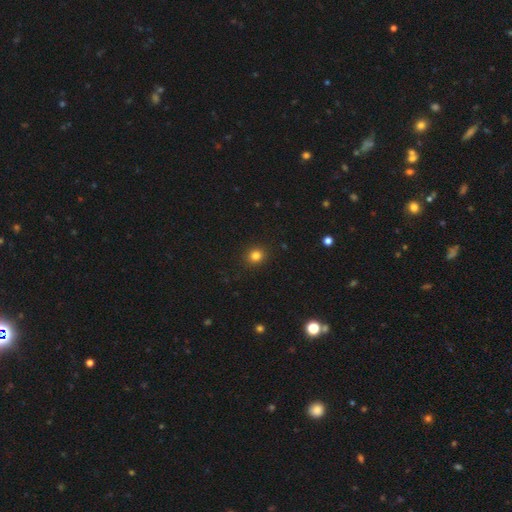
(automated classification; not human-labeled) Smooth or featured: smooth — 83% (star or artifact — 12%)
How rounded: round — 85% (in between — 14%)
Merging: none — 91% (minor disturbance — 6%)